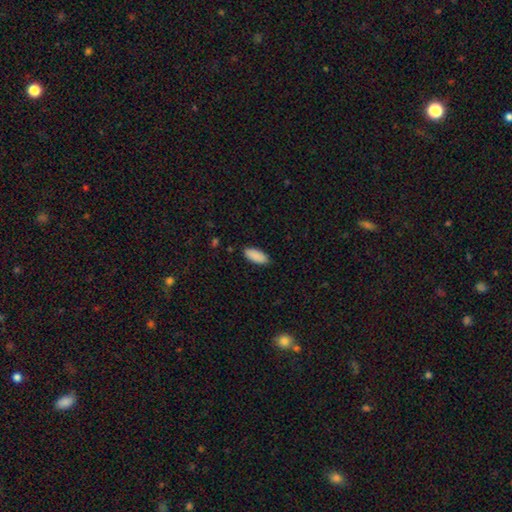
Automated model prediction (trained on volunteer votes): A smooth galaxy with no disk features (90%) that is in between round and cigar-shaped (85%).

Vote fractions:
- Smooth or featured? smooth: 90% / star or artifact: 6% / featured or disk: 3%
- How rounded? in between: 85% / cigar-shaped: 14% / round: 2%
- Merging? none: 87% / minor disturbance: 10% / major disturbance: 2% / merger: 1%